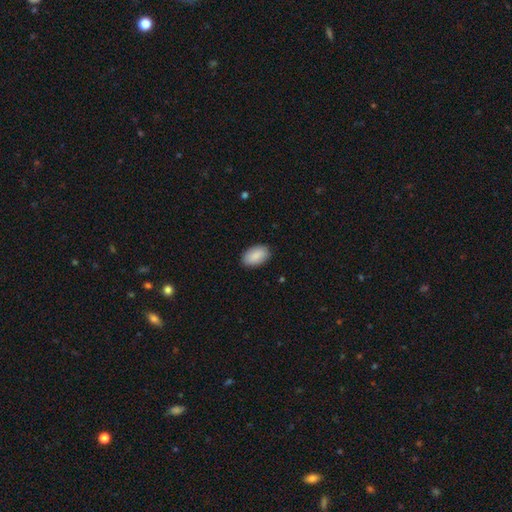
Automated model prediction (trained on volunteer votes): smooth 89%, star or artifact 6%, featured or disk 5%. Down the decision tree: how rounded — in between (94%); merging — none (88%).